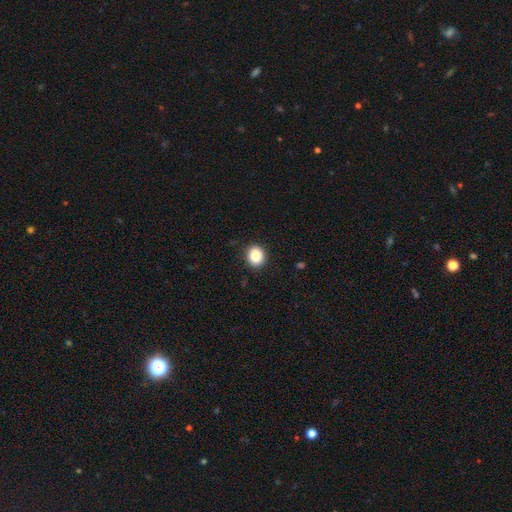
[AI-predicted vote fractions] This appears to be a smooth galaxy with no disk features (85%) that is round (75%). Merging: none (91%).